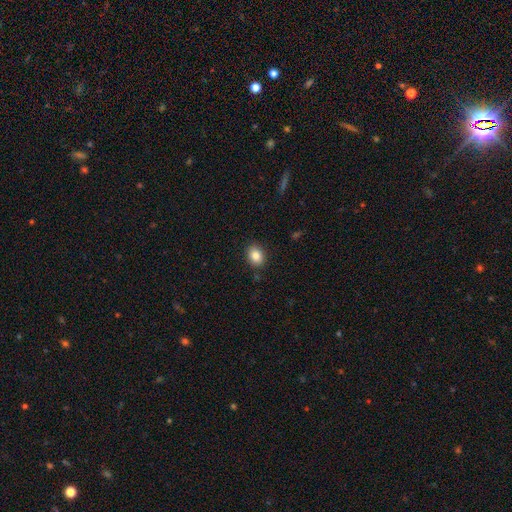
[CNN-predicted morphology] A smooth galaxy with no disk features (84%) that is in between round and cigar-shaped (57%). Merging: none (88%).